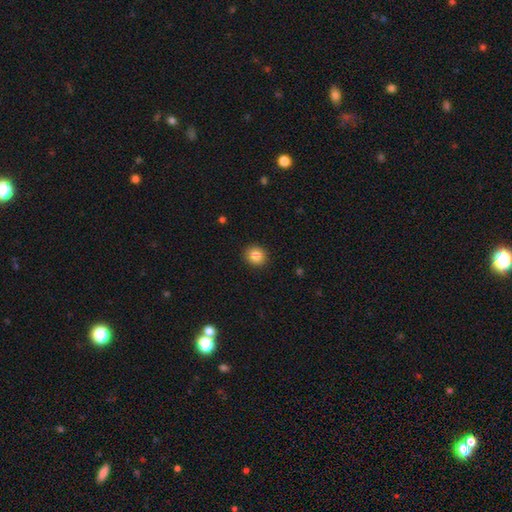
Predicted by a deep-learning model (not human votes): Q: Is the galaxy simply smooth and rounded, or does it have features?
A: smooth — 86%.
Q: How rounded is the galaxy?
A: round — 83%.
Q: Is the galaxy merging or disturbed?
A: none — 91%.